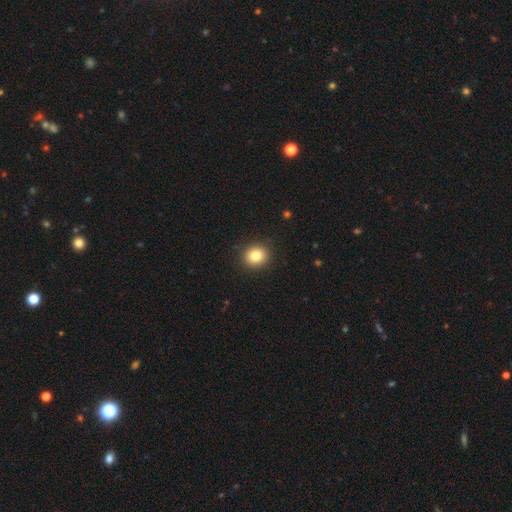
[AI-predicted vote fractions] Smooth or featured? smooth (83%)
How rounded? round (84%)
Merging? none (91%)